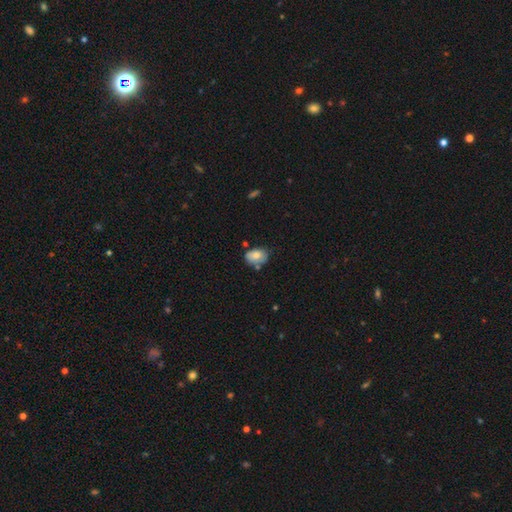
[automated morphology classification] smooth_or_featured: smooth (p=0.75) [alt: featured or disk p=0.17]
how_rounded: in between (p=0.72) [alt: round p=0.27]
merging: none (p=0.55) [alt: minor disturbance p=0.28]